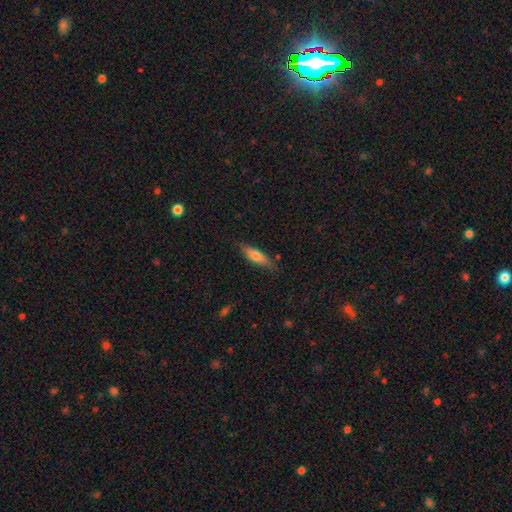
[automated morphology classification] Overall: smooth (70%). How rounded: cigar-shaped (56%; in between 42%). Merging: none (79%).